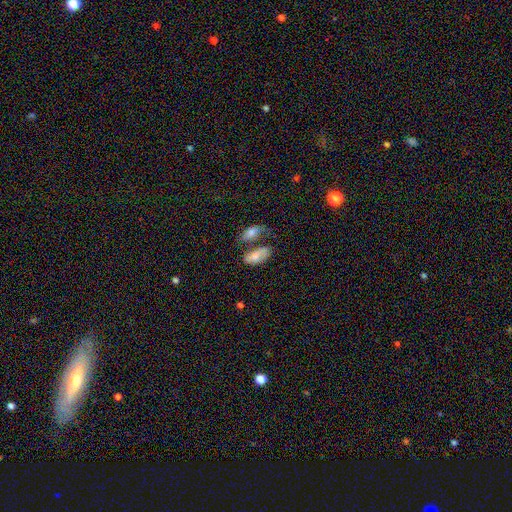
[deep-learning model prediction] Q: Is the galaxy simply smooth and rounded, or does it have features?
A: smooth — 75%.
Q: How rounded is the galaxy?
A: in between — 92%.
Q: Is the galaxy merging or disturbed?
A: merger — 42%.